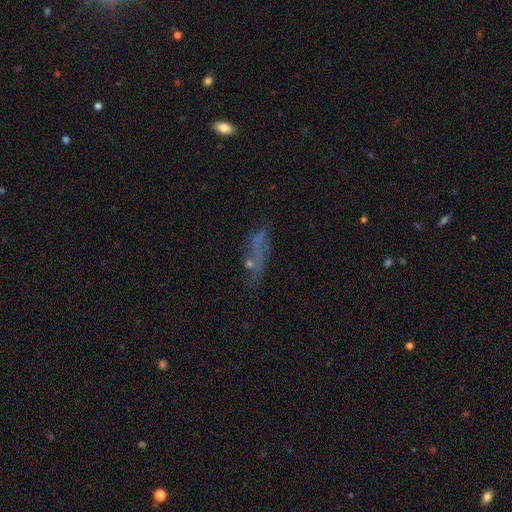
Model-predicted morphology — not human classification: Smooth or featured? Predicted: smooth (p=0.40). Merging? Predicted: none (p=0.49).